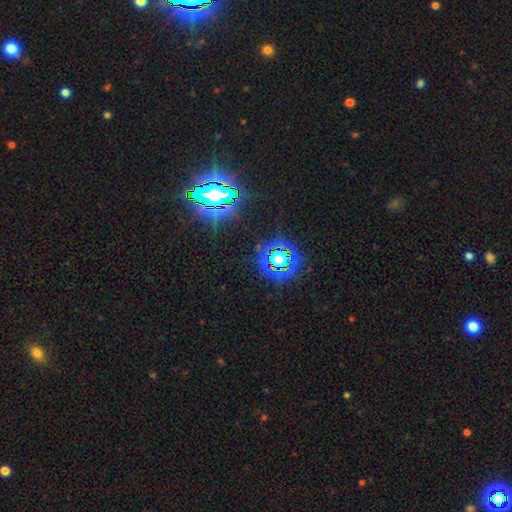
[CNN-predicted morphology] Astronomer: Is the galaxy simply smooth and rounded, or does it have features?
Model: star or artifact — 82%.